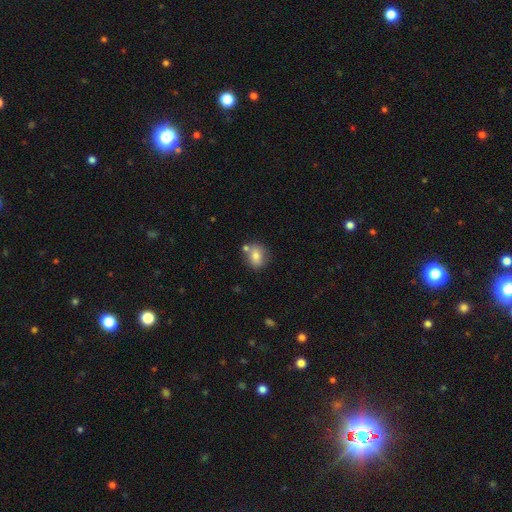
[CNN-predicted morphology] smooth_or_featured: smooth (p=0.76) [alt: featured or disk p=0.14]
how_rounded: round (p=0.64) [alt: in between p=0.35]
merging: none (p=0.67) [alt: merger p=0.16]